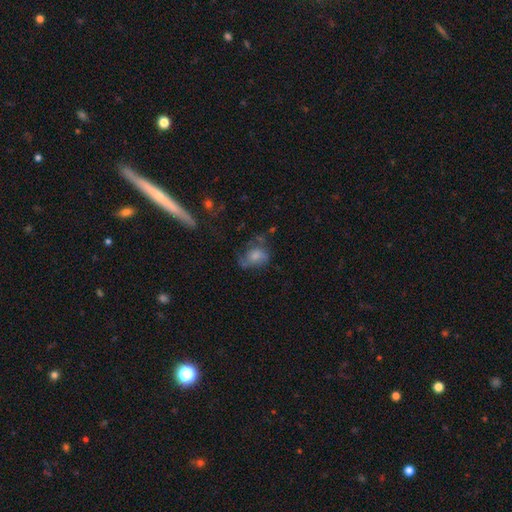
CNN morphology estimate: The model was most divided on "merging": none: 36%, major disturbance: 31%, minor disturbance: 28%, merger: 5%. More confident: how rounded — in between (64%); smooth or featured — smooth (57%).